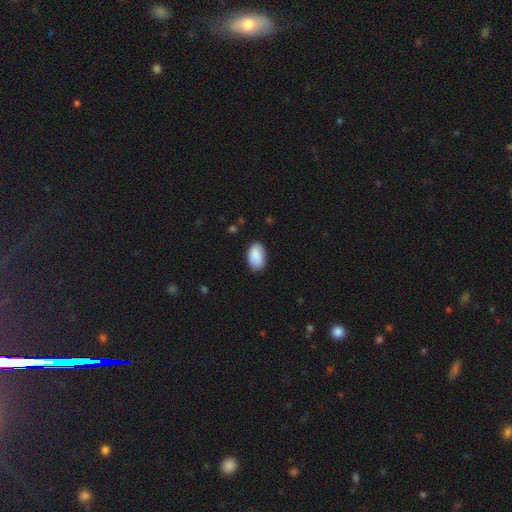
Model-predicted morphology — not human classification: smooth-or-featured: smooth: 89% | star or artifact: 6% | featured or disk: 5%
  how-rounded: in between: 93% | round: 6% | cigar-shaped: 1%
  merging: none: 81% | minor disturbance: 16% | major disturbance: 3% | merger: 1%